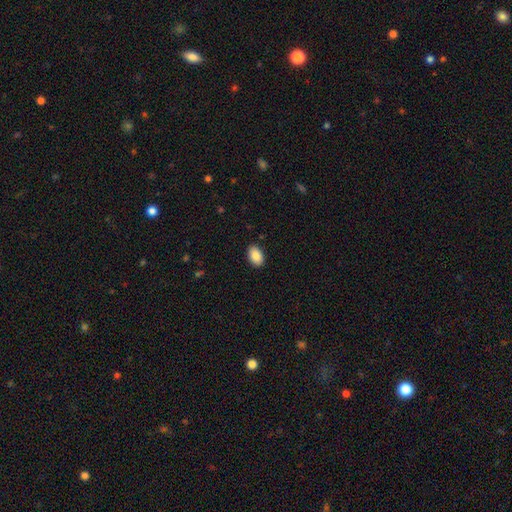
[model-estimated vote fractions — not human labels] This appears to be a smooth galaxy with no disk features (88%) that is in between round and cigar-shaped (91%). Merging: none (89%).